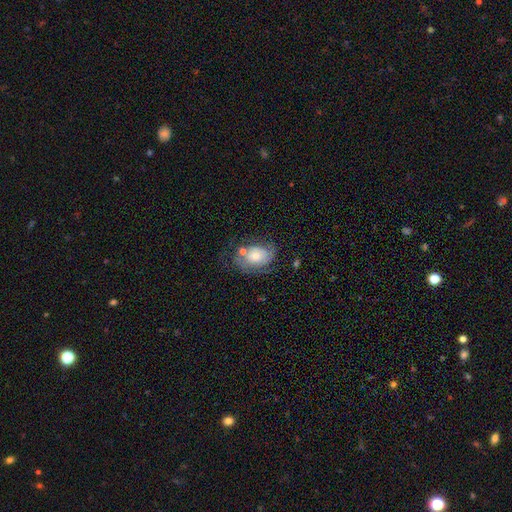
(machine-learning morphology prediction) This is possibly a featured or disk galaxy (47%). Merging: marginally none (42%).